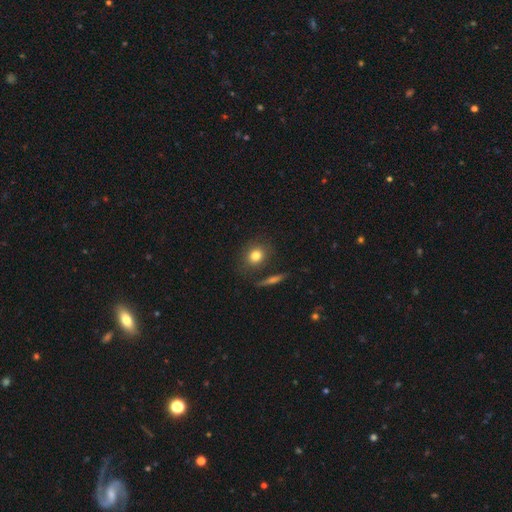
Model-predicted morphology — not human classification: A smooth galaxy with no disk features (79%) that is round (71%).

Vote fractions:
- Smooth or featured? smooth: 79% / star or artifact: 11% / featured or disk: 10%
- How rounded? round: 71% / in between: 27% / cigar-shaped: 2%
- Merging? none: 80% / minor disturbance: 11% / merger: 5% / major disturbance: 3%